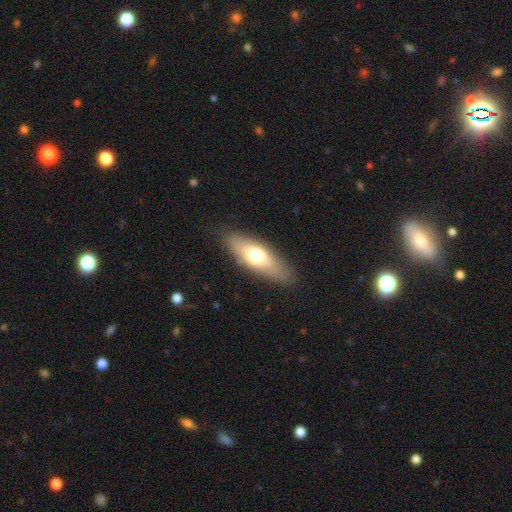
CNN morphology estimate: This is likely a smooth galaxy (61%). How rounded: likely in between (64%). Merging: clearly none (86%).